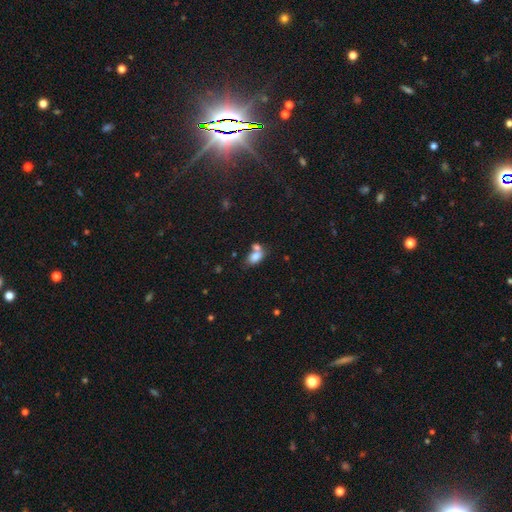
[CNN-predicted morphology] This appears to be a smooth galaxy with no disk features (78%) that is in between round and cigar-shaped (84%). Merging: merger (49%).